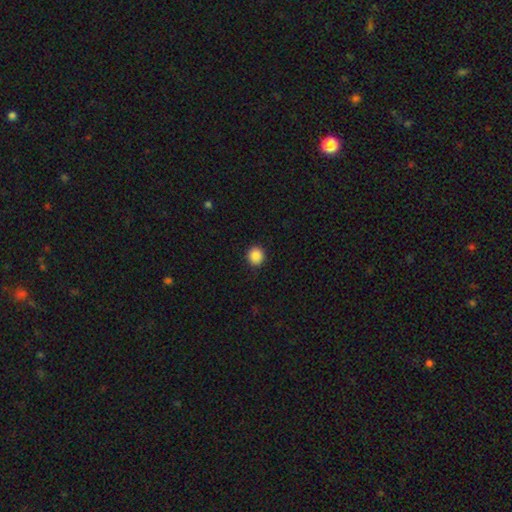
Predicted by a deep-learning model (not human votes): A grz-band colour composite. It shows a smooth galaxy with no disk features (88%) that is round (87%). Merging: none (92%).